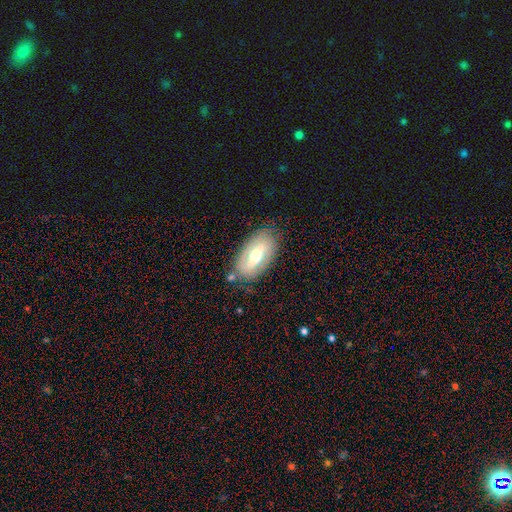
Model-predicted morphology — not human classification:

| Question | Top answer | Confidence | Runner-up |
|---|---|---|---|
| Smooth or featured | featured or disk | 56% | smooth (38%) |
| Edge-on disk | no | 83% | yes (17%) |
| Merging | none | 78% | minor disturbance (15%) |